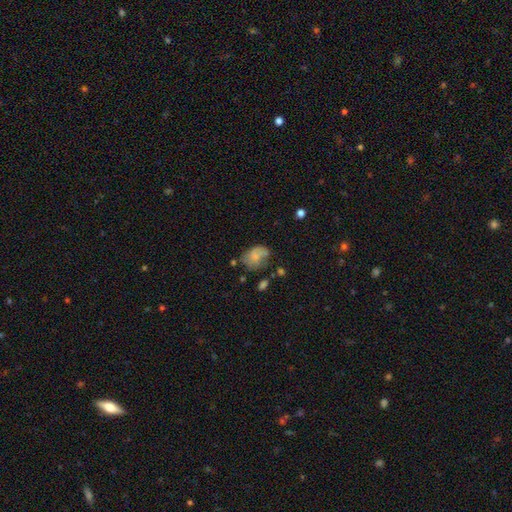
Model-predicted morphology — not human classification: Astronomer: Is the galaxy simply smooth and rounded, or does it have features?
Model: smooth — 64%.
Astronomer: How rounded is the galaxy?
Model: in between — 66%.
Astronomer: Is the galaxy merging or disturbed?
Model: none — 44% (runner-up: minor disturbance, 30%).